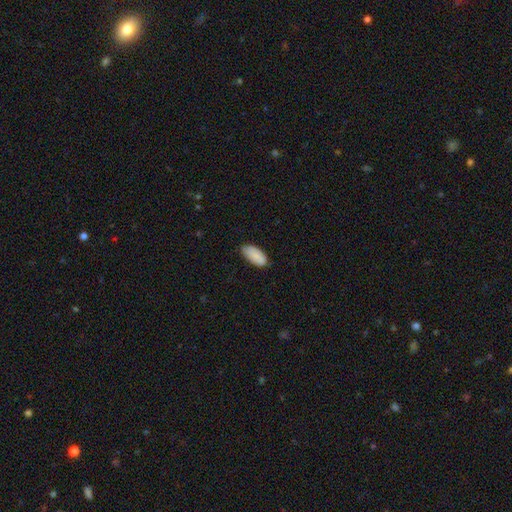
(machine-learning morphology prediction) Smooth or featured: smooth — 87% (featured or disk — 7%)
How rounded: in between — 93% (cigar-shaped — 5%)
Merging: none — 76% (minor disturbance — 21%)